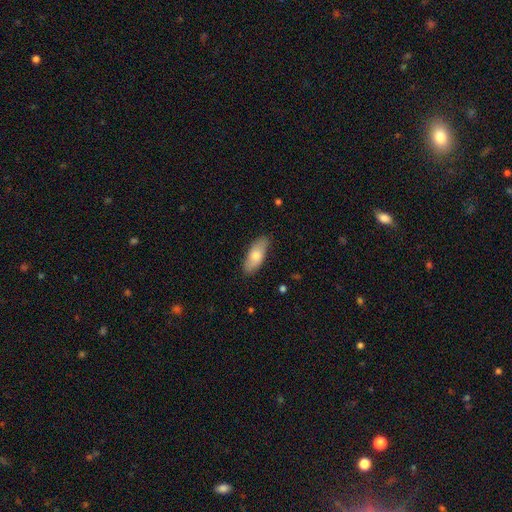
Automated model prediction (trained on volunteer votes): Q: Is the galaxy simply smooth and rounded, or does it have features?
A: smooth — 73%.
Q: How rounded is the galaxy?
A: in between — 80%.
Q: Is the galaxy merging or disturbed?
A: none — 84%.